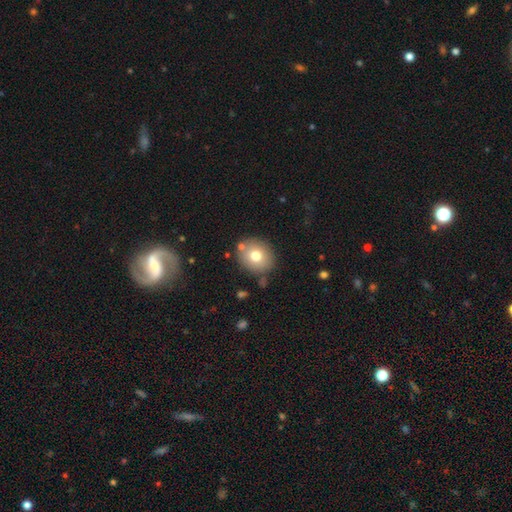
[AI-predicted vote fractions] Overall: smooth (73%). How rounded: round (75%). Merging: none (82%).